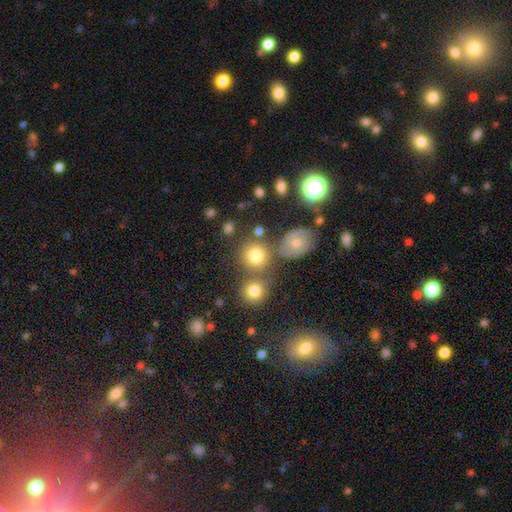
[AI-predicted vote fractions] Smooth or featured?
  - smooth: 77% *
  - star or artifact: 13%
  - featured or disk: 9%
How rounded?
  - round: 86% *
  - in between: 13%
  - cigar-shaped: 1%
Merging?
  - none: 62% *
  - merger: 23%
  - minor disturbance: 10%
  - major disturbance: 5%